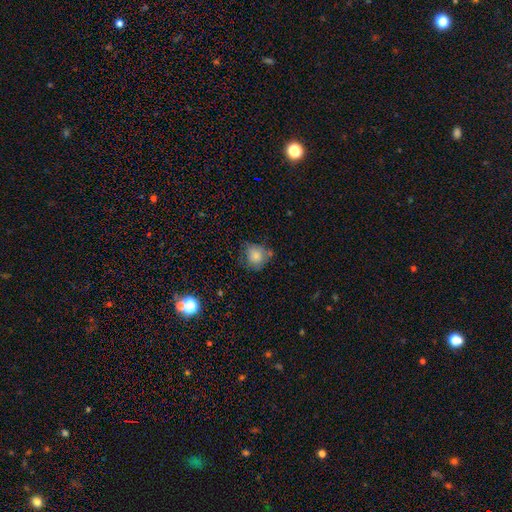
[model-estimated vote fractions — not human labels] A smooth galaxy with no disk features (72%) that is round (77%).

Vote fractions:
- Smooth or featured? smooth: 72% / featured or disk: 17% / star or artifact: 10%
- How rounded? round: 77% / in between: 22% / cigar-shaped: 1%
- Merging? none: 52% / minor disturbance: 29% / major disturbance: 13% / merger: 5%